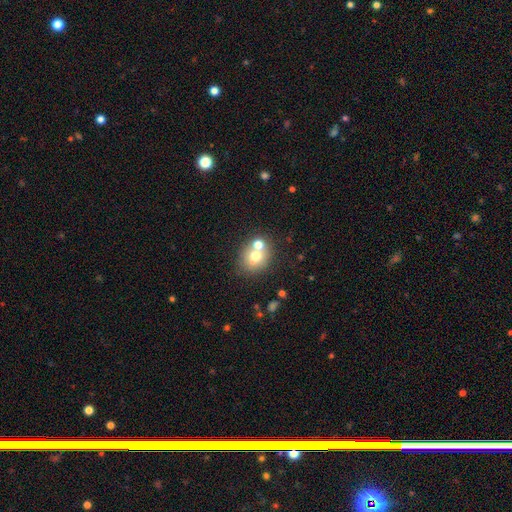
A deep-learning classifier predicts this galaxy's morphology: Q: Smooth or featured?
A: smooth (66%); runner-up: featured or disk (21%)
Q: How rounded?
A: round (72%); runner-up: in between (27%)
Q: Merging?
A: none (53%); runner-up: merger (34%)